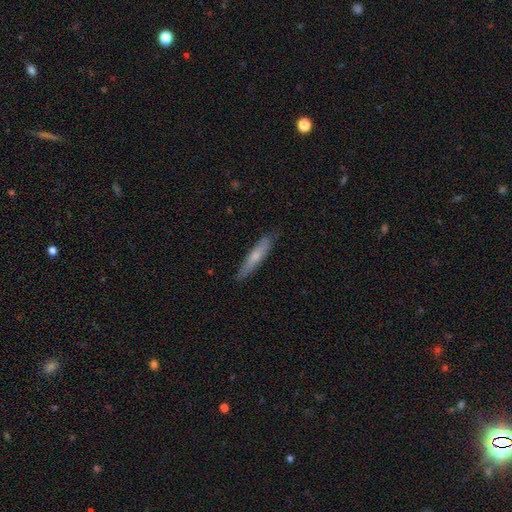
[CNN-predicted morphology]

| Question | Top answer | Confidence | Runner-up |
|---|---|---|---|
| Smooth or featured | smooth | 57% | featured or disk (37%) |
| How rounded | cigar-shaped | 88% | in between (10%) |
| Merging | none | 84% | minor disturbance (13%) |